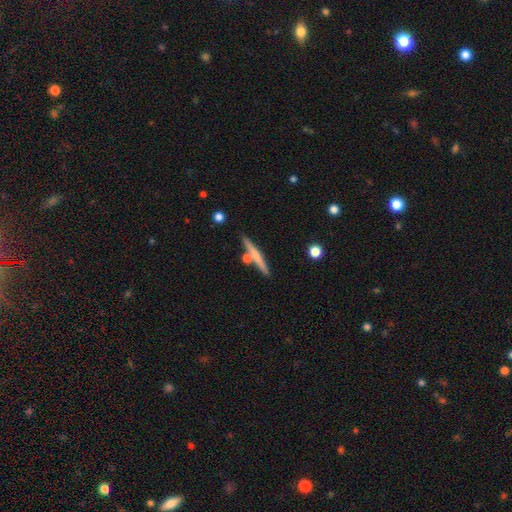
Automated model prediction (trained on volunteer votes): Smooth or featured? Predicted: smooth (p=0.51). How rounded? Predicted: cigar-shaped (p=0.93). Merging? Predicted: none (p=0.76).